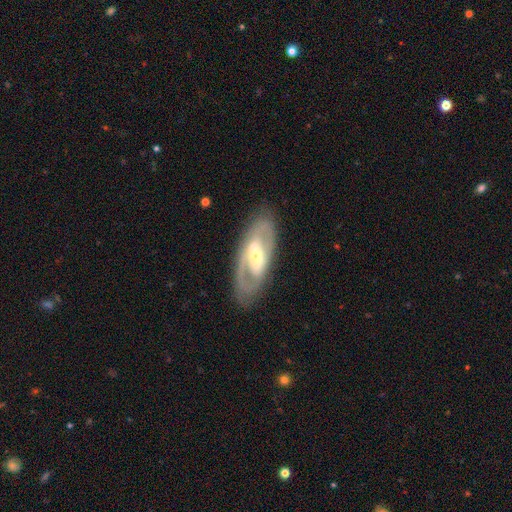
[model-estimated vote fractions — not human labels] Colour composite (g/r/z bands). It shows a featured or disk galaxy (76%) with a strong bar (41%), spiral arms (64%) and a moderate central bulge (56%). Merging: none (83%).